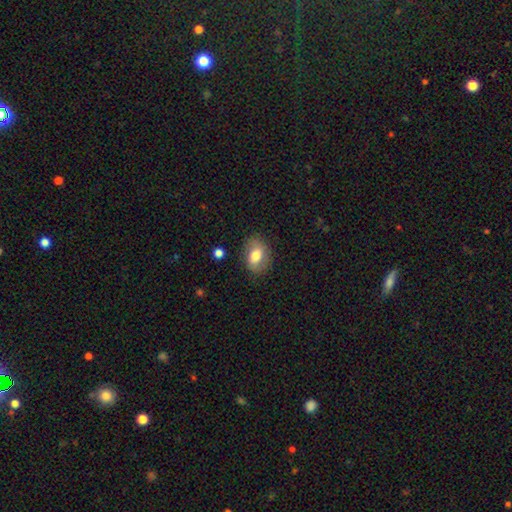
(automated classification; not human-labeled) A smooth galaxy with no disk features (72%) that is in between round and cigar-shaped (76%). Merging: none (78%).